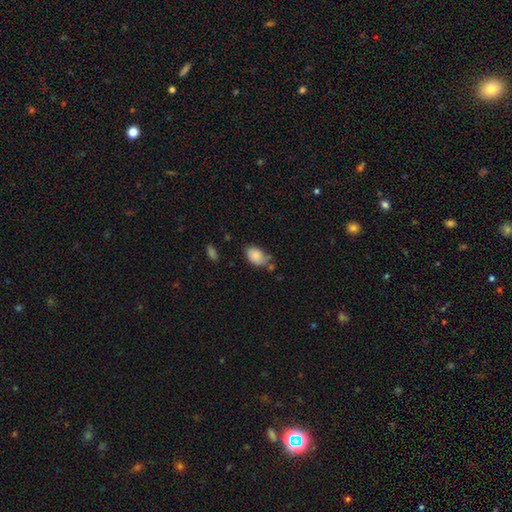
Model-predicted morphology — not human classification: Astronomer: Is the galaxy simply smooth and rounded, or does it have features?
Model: smooth — 83%.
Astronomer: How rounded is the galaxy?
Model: in between — 84%.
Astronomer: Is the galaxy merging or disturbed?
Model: none — 57%.